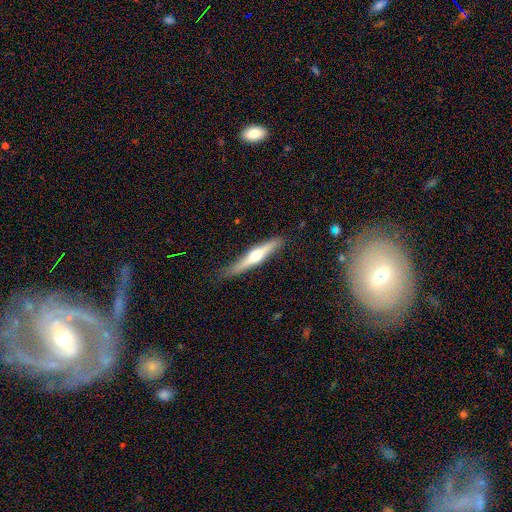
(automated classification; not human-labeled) The model was most divided on "smooth or featured": featured or disk: 61%, smooth: 34%, star or artifact: 5%. More confident: edge-on disk — yes (96%); edge-on bulge — rounded (90%); merging — none (80%).